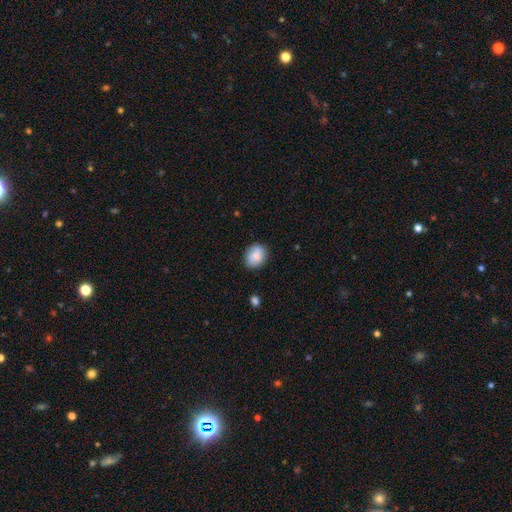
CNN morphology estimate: Q: Smooth or featured?
A: smooth (84%); runner-up: featured or disk (9%)
Q: How rounded?
A: in between (54%); runner-up: round (45%)
Q: Merging?
A: none (82%); runner-up: minor disturbance (13%)